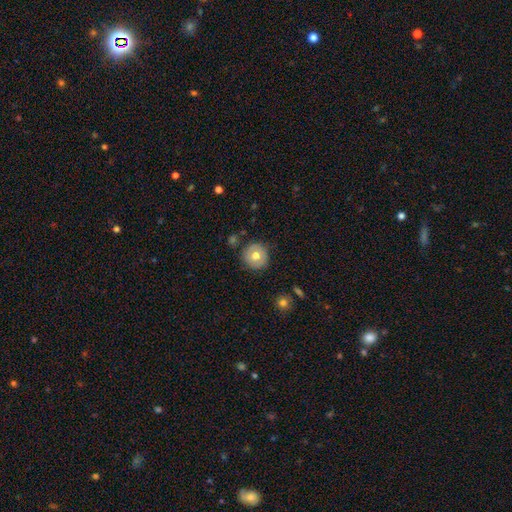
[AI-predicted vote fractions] Q: Smooth or featured?
A: smooth (68%); runner-up: featured or disk (24%)
Q: How rounded?
A: round (94%); runner-up: in between (5%)
Q: Merging?
A: none (86%); runner-up: minor disturbance (10%)